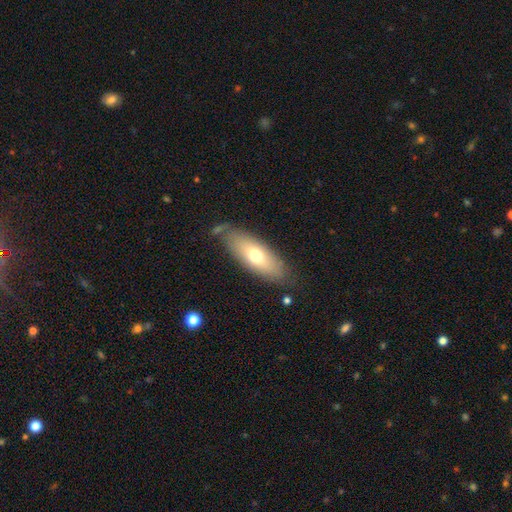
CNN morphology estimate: A smooth galaxy with no disk features (66%) that is in between round and cigar-shaped (72%). Merging: none (74%).